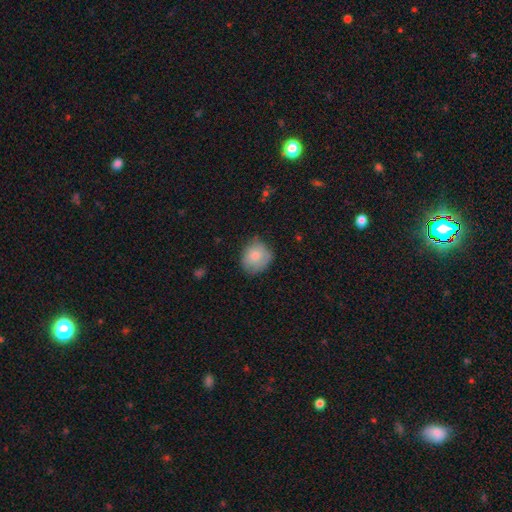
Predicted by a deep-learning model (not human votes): This is likely a smooth galaxy (78%). How rounded: likely round (72%). Merging: likely none (64%).